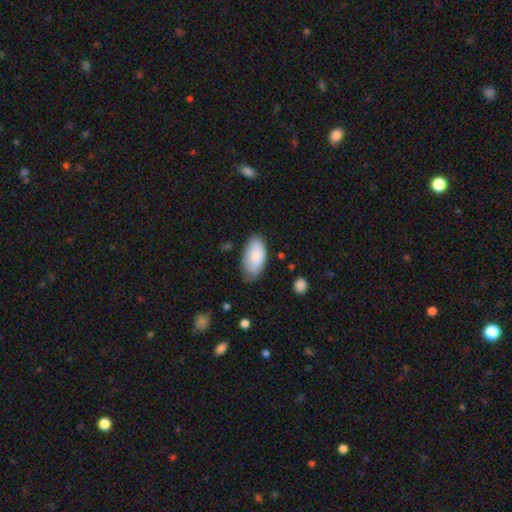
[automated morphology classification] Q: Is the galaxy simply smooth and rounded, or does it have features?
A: smooth — 83%.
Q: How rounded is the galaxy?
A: in between — 95%.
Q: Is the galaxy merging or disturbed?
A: none — 73%.